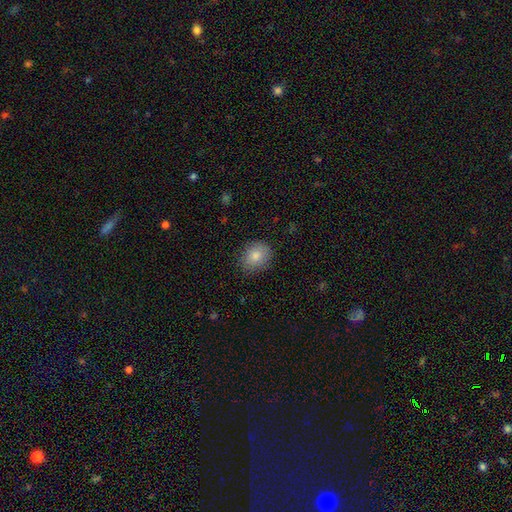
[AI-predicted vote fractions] Morphology: type=smooth (83%); roundness=round (59%); merging=none (83%).